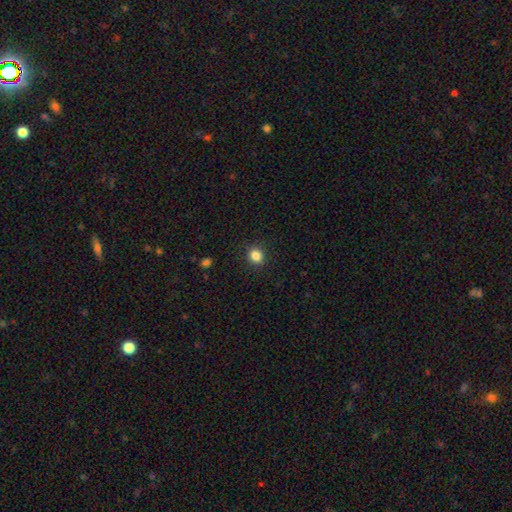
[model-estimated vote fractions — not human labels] A smooth galaxy with no disk features (85%) that is round (76%). Merging: none (90%).